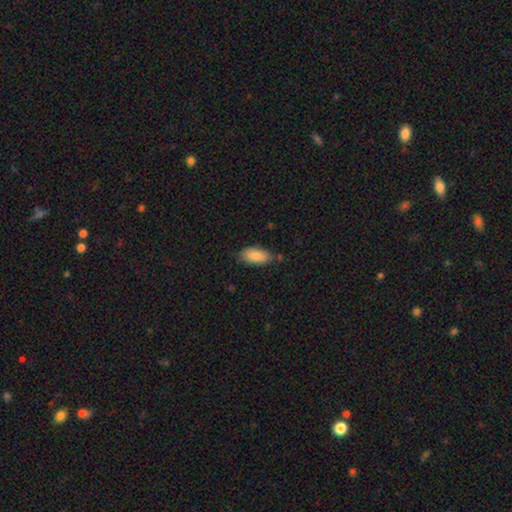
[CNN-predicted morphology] smooth-or-featured: smooth: 87% | featured or disk: 7% | star or artifact: 6%
  how-rounded: in between: 89% | cigar-shaped: 9% | round: 2%
  merging: none: 75% | minor disturbance: 18% | major disturbance: 3% | merger: 3%